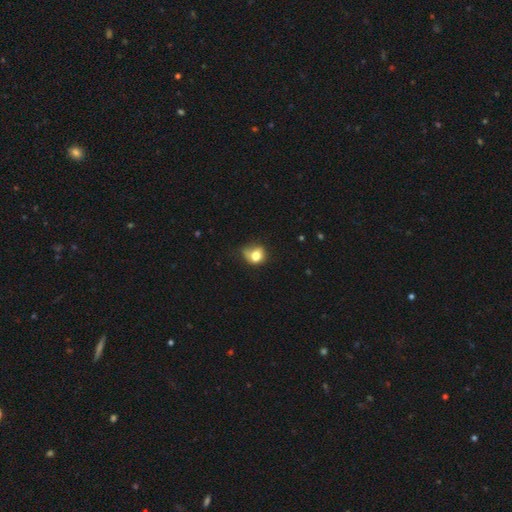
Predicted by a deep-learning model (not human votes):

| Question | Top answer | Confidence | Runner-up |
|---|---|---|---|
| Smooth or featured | smooth | 75% | featured or disk (14%) |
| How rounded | round | 63% | in between (36%) |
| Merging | minor disturbance | 37% | tied: none (37%) |